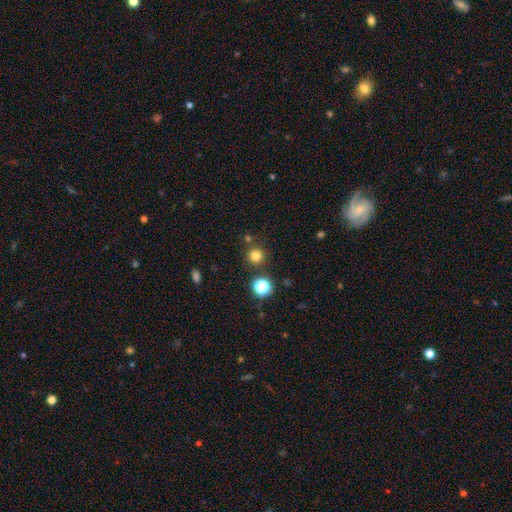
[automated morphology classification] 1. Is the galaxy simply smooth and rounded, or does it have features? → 78% smooth, 17% star or artifact, 5% featured or disk.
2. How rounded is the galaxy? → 95% round, 4% in between, 1% cigar-shaped.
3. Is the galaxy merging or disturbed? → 84% none, 7% minor disturbance, 7% merger, 3% major disturbance.